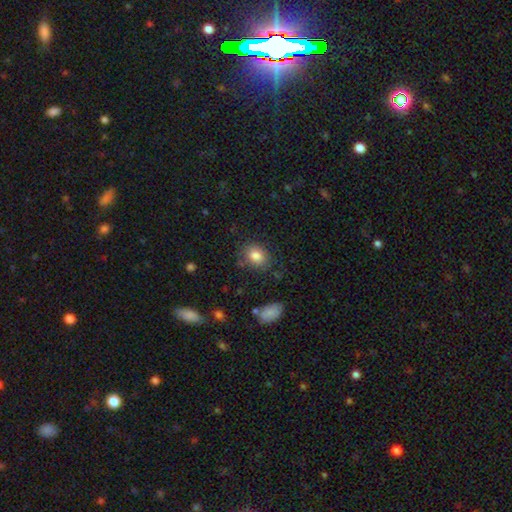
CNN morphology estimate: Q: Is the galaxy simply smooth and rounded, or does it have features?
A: smooth — 83%.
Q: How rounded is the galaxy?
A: in between — 61%.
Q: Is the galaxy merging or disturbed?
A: none — 79%.